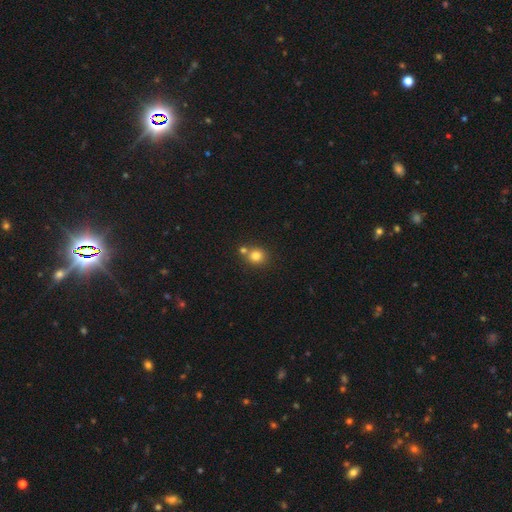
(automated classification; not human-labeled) This is clearly a smooth galaxy (80%). How rounded: clearly round (83%). Merging: likely none (61%).